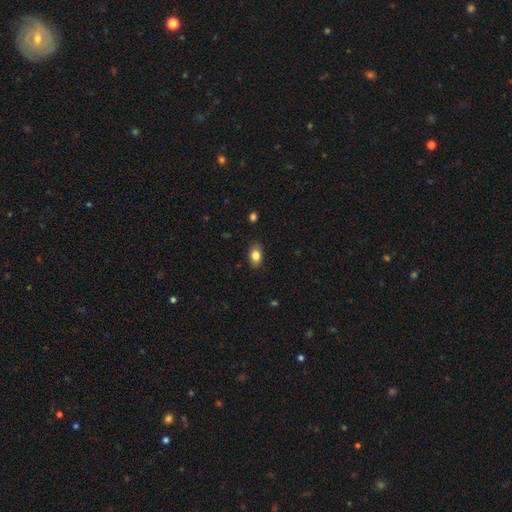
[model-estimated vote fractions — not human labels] A smooth galaxy with no disk features (83%) that is in between round and cigar-shaped (85%).

Vote fractions:
- Smooth or featured? smooth: 83% / star or artifact: 9% / featured or disk: 8%
- How rounded? in between: 85% / round: 13% / cigar-shaped: 2%
- Merging? none: 86% / minor disturbance: 11% / major disturbance: 2% / merger: 1%